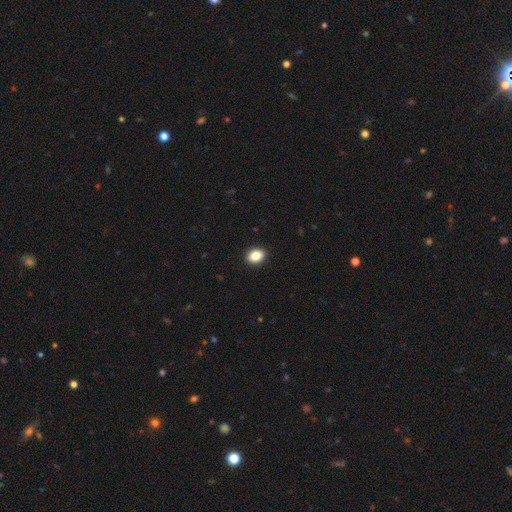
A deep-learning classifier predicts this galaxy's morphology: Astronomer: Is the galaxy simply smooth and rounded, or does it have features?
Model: smooth — 86%.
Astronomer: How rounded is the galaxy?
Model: in between — 67%.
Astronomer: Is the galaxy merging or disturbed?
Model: none — 92%.